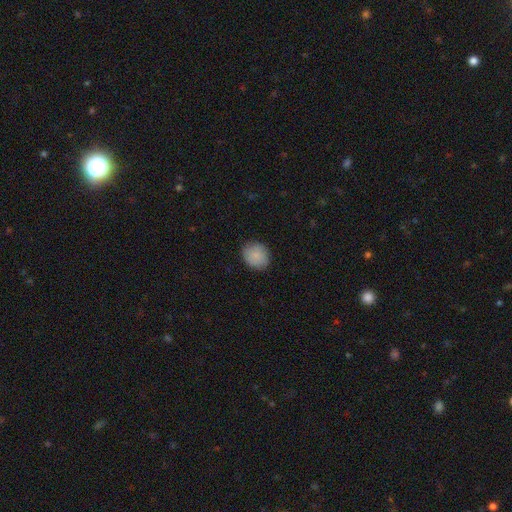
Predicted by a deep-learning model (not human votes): smooth 85%, featured or disk 7%, star or artifact 7%. Down the decision tree: how rounded — round (74%); merging — none (84%).